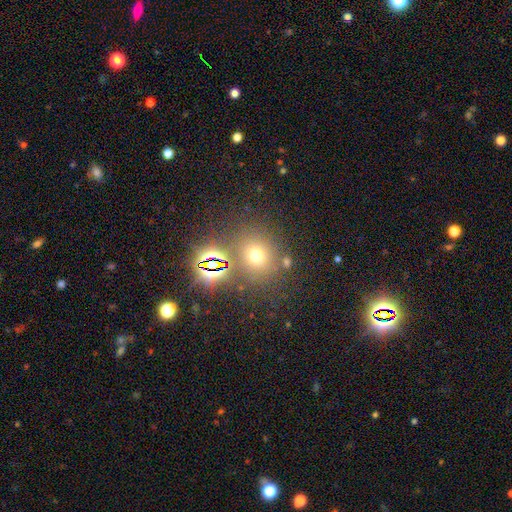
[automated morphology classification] The model was most divided on "smooth or featured": smooth: 61%, star or artifact: 29%, featured or disk: 10%. More confident: how rounded — round (82%); merging — none (75%).